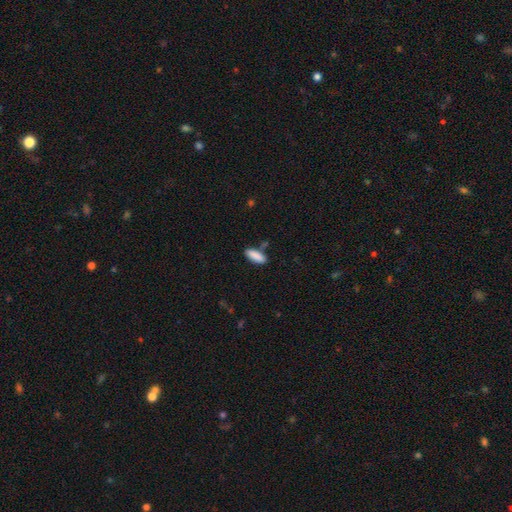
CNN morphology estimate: smooth-or-featured: smooth: 89% | star or artifact: 6% | featured or disk: 4%
  how-rounded: in between: 66% | cigar-shaped: 32% | round: 2%
  merging: none: 80% | minor disturbance: 12% | merger: 5% | major disturbance: 3%